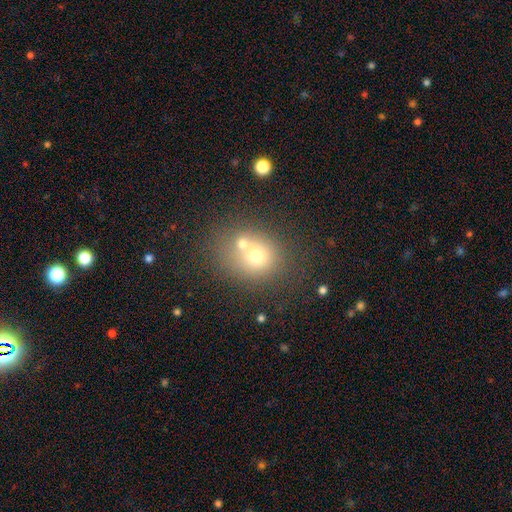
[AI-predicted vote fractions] A smooth galaxy with no disk features (63%) that is round (69%). Merging: merger (44%).